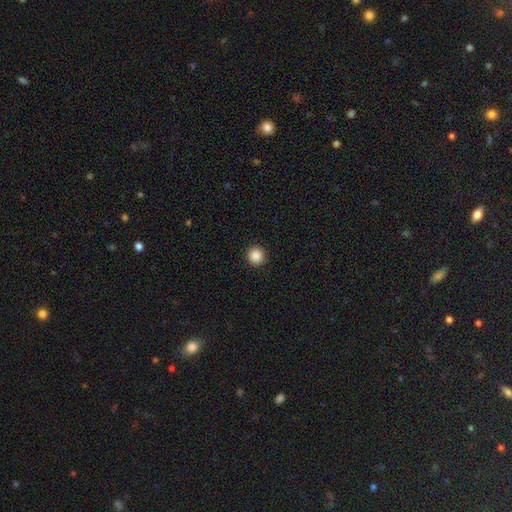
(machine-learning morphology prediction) A smooth galaxy with no disk features (87%) that is round (95%).

Vote fractions:
- Smooth or featured? smooth: 87% / star or artifact: 10% / featured or disk: 3%
- How rounded? round: 95% / in between: 4% / cigar-shaped: 1%
- Merging? none: 93% / minor disturbance: 4% / major disturbance: 2% / merger: 1%